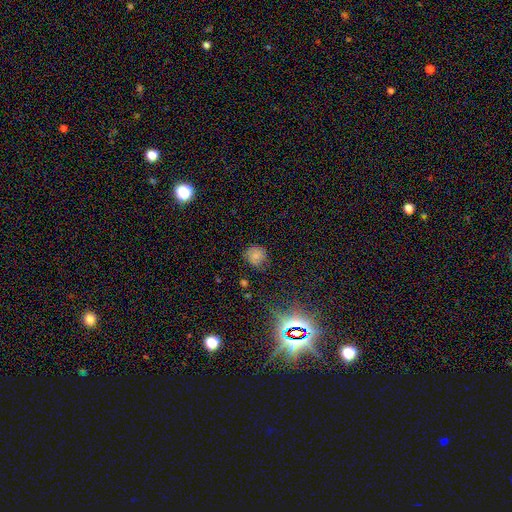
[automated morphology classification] Q: Smooth or featured?
A: smooth (71%); runner-up: star or artifact (16%)
Q: How rounded?
A: round (86%); runner-up: in between (13%)
Q: Merging?
A: none (74%); runner-up: minor disturbance (19%)